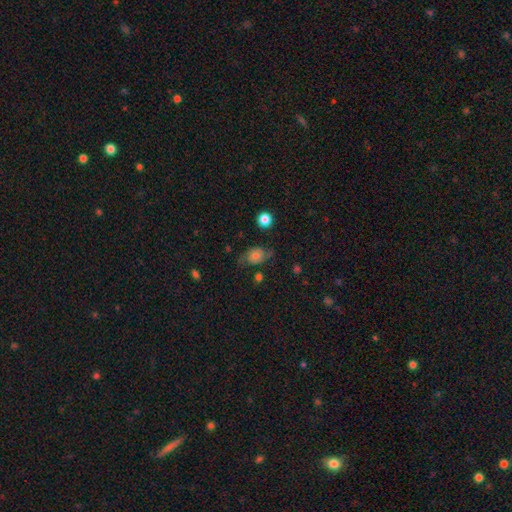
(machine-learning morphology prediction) Smooth or featured? smooth (47%)
Merging? none (57%)